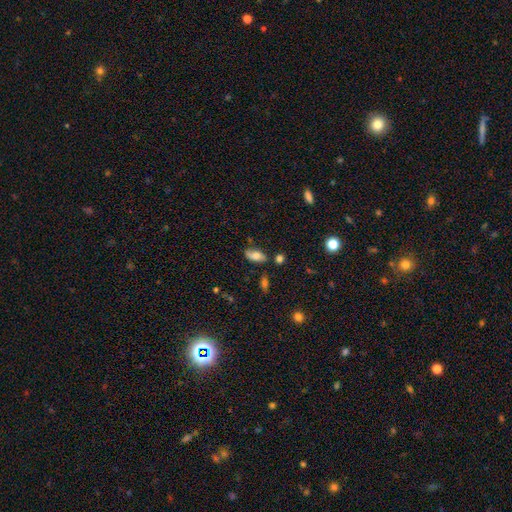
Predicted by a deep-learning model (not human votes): Smooth or featured? smooth (72%)
How rounded? in between (89%)
Merging? none (65%)